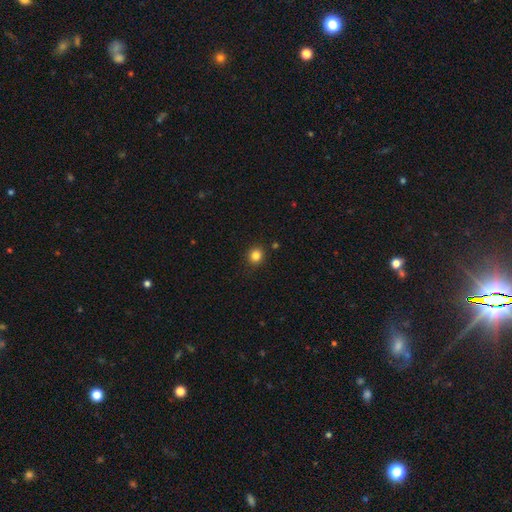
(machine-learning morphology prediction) Q: Smooth or featured?
A: smooth (83%); runner-up: star or artifact (12%)
Q: How rounded?
A: round (86%); runner-up: in between (13%)
Q: Merging?
A: none (89%); runner-up: minor disturbance (7%)